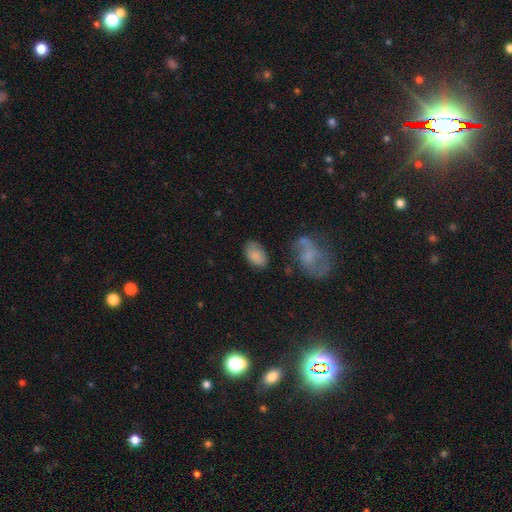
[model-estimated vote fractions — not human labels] Q: Smooth or featured?
A: smooth (83%); runner-up: featured or disk (9%)
Q: How rounded?
A: in between (92%); runner-up: round (7%)
Q: Merging?
A: none (69%); runner-up: minor disturbance (21%)